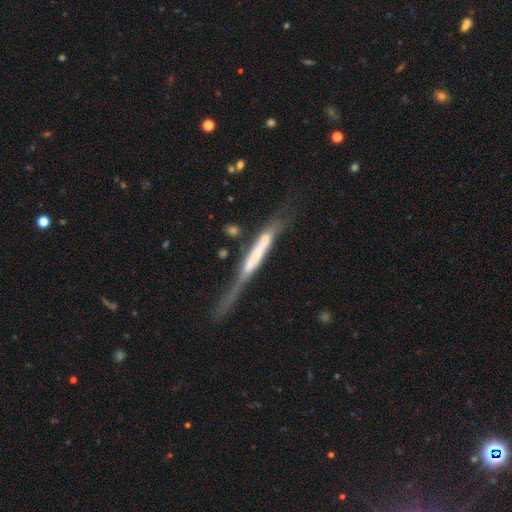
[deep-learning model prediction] The model was most divided on "merging": none: 37%, minor disturbance: 26%, major disturbance: 26%, merger: 12%. More confident: edge-on disk — yes (87%); smooth or featured — featured or disk (57%).